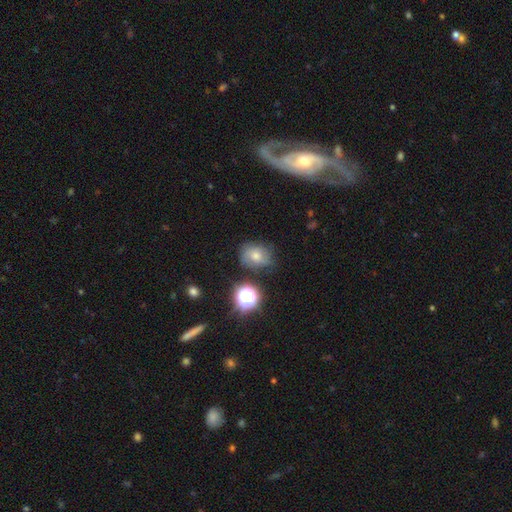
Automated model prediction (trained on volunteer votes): Q: Smooth or featured?
A: smooth (48%); runner-up: featured or disk (30%)
Q: Merging?
A: none (72%); runner-up: minor disturbance (16%)